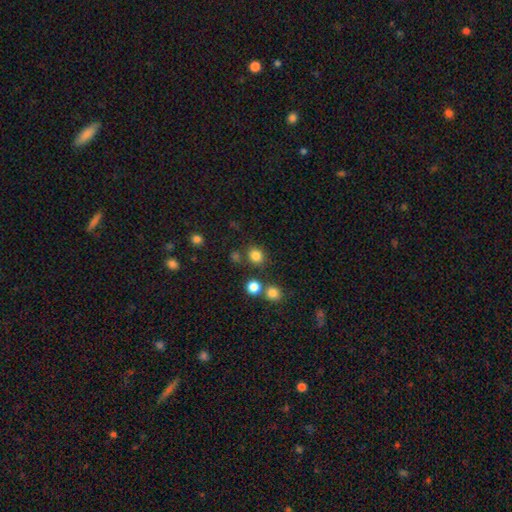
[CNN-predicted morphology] A smooth galaxy with no disk features (82%) that is round (77%). Merging: none (78%).